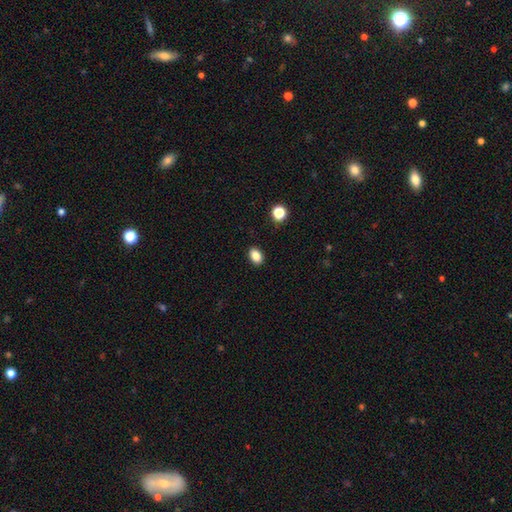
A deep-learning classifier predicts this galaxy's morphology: This is clearly a smooth galaxy (85%). How rounded: likely in between (77%). Merging: clearly none (90%).